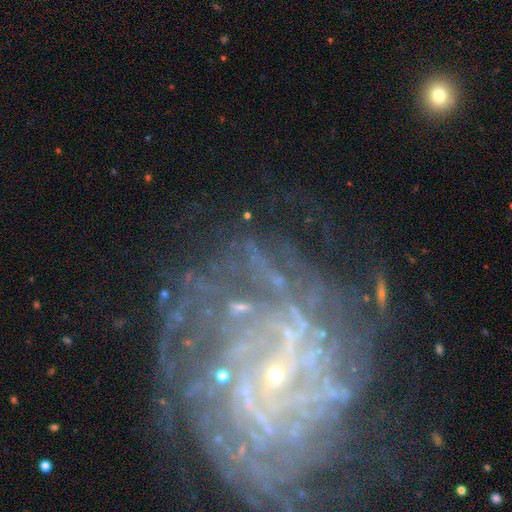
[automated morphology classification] This appears to be a featured or disk galaxy (68%) with no bar (50%), tight (63%) spiral arms (90%) and a small central bulge (74%). Merging: none (61%).